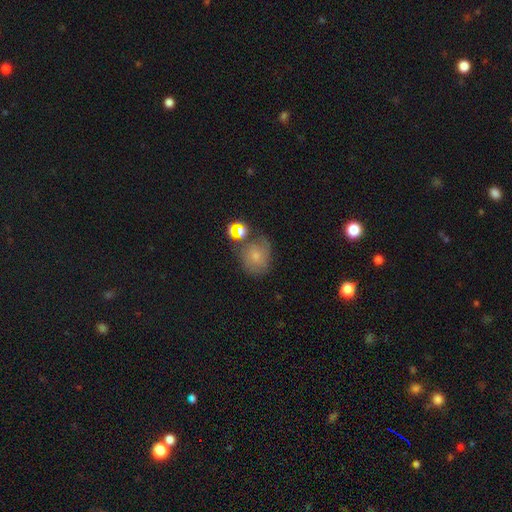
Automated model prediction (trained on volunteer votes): The model was most divided on "merging": none: 41%, merger: 25%, minor disturbance: 22%, major disturbance: 13%. More confident: how rounded — round (65%); smooth or featured — smooth (62%).